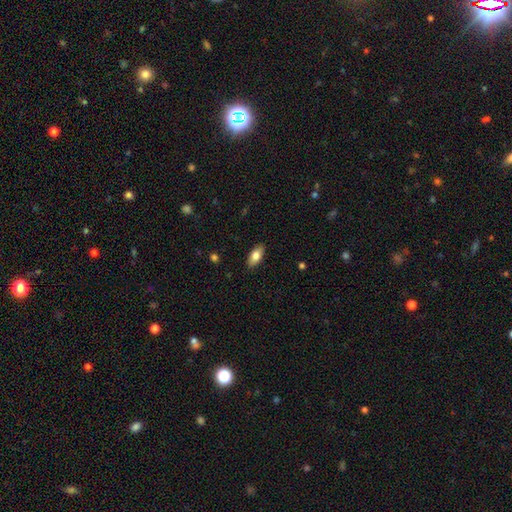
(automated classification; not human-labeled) Smooth or featured: smooth — 77% (featured or disk — 16%)
How rounded: in between — 88% (cigar-shaped — 9%)
Merging: none — 88% (minor disturbance — 9%)